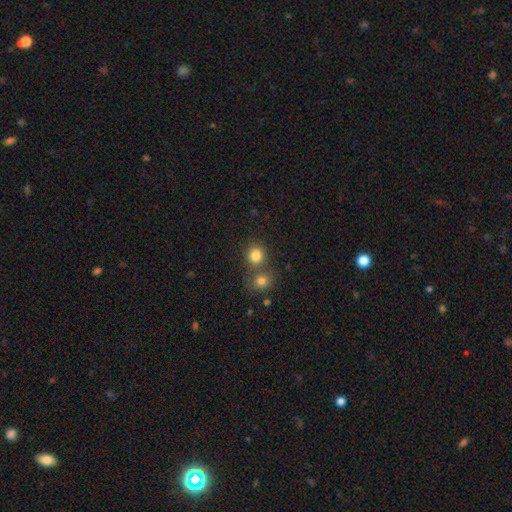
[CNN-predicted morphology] The model was most divided on "merging": none: 59%, merger: 30%, minor disturbance: 8%, major disturbance: 3%. More confident: how rounded — round (82%); smooth or featured — smooth (81%).